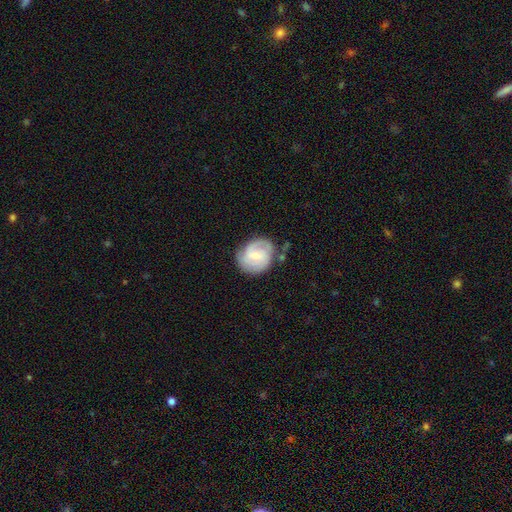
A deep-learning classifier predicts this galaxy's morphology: A featured or disk galaxy (63%) with a weak bar (51%), 2 (54%) tight (45%) spiral arms (89%) and a small central bulge (59%). Merging: none (64%).